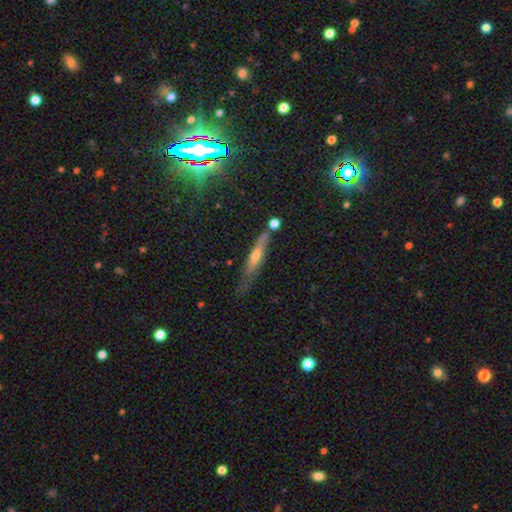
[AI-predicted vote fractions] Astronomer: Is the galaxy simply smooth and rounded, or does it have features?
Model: featured or disk — 52% (runner-up: smooth, 39%).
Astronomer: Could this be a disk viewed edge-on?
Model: yes — 77%.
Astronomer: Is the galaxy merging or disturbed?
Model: none — 61%.